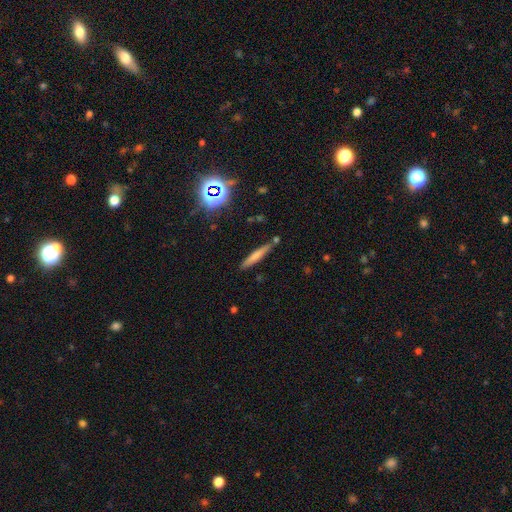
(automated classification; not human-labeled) A smooth galaxy with no disk features (61%) that is cigar-shaped (93%).

Vote fractions:
- Smooth or featured? smooth: 61% / featured or disk: 29% / star or artifact: 10%
- How rounded? cigar-shaped: 93% / in between: 6% / round: 2%
- Merging? none: 82% / minor disturbance: 11% / merger: 5% / major disturbance: 2%